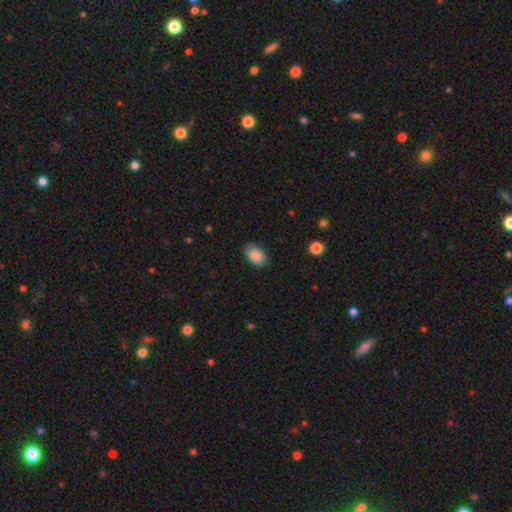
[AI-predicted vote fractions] Smooth or featured?
  - smooth: 88% *
  - star or artifact: 7%
  - featured or disk: 4%
How rounded?
  - in between: 89% *
  - round: 10%
  - cigar-shaped: 1%
Merging?
  - none: 87% *
  - minor disturbance: 10%
  - major disturbance: 2%
  - merger: 1%